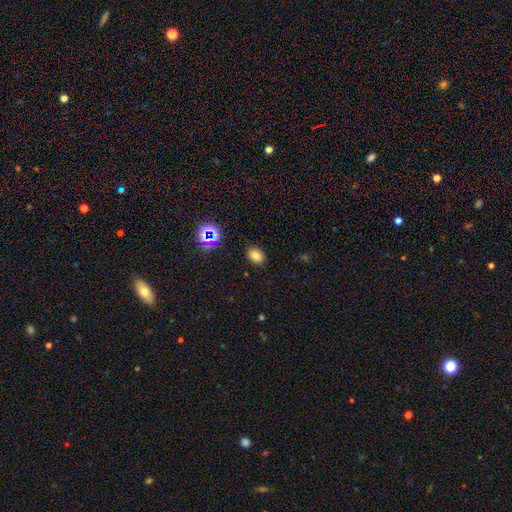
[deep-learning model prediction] Smooth or featured? smooth (77%)
How rounded? in between (74%)
Merging? none (86%)